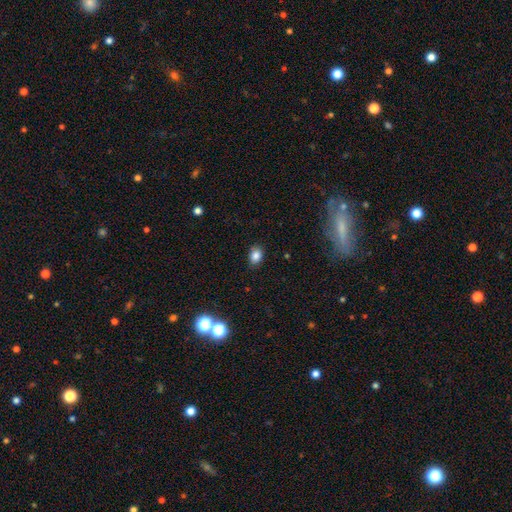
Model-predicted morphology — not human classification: smooth-or-featured: smooth: 84% | star or artifact: 11% | featured or disk: 5%
  how-rounded: in between: 68% | round: 31% | cigar-shaped: 1%
  merging: none: 85% | minor disturbance: 11% | major disturbance: 2% | merger: 1%